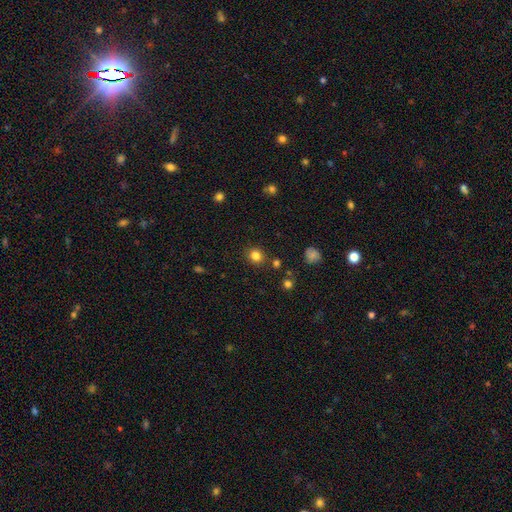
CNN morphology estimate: Q: Smooth or featured?
A: smooth (83%); runner-up: star or artifact (12%)
Q: How rounded?
A: round (78%); runner-up: in between (21%)
Q: Merging?
A: none (86%); runner-up: minor disturbance (8%)